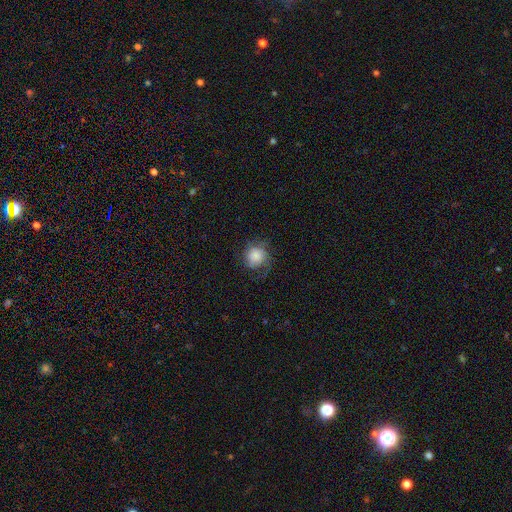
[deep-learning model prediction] smooth_or_featured: smooth (p=0.63) [alt: featured or disk p=0.28]
how_rounded: round (p=0.84) [alt: in between p=0.15]
merging: none (p=0.60) [alt: minor disturbance p=0.21]